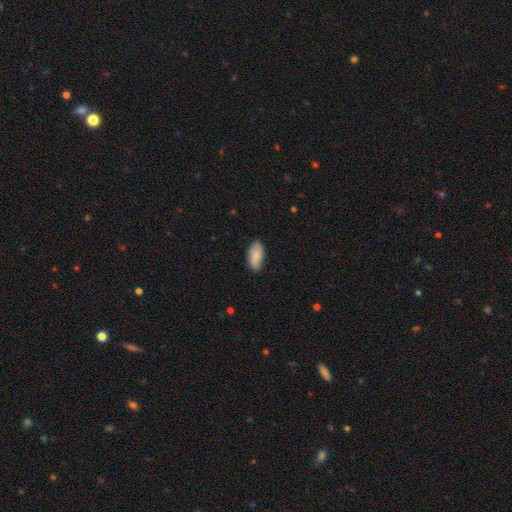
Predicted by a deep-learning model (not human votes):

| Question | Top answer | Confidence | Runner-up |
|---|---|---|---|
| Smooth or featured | smooth | 82% | featured or disk (11%) |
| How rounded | in between | 90% | cigar-shaped (7%) |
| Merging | none | 77% | minor disturbance (19%) |